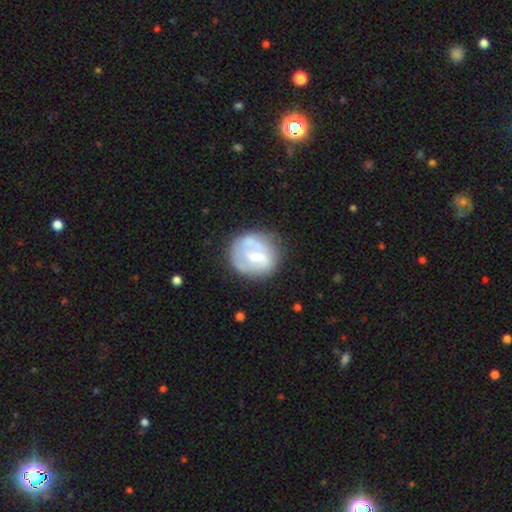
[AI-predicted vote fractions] Smooth or featured? Predicted: featured or disk (p=0.56). Edge-on disk? Predicted: no (p=0.97). Bar? Predicted: weak (p=0.47). Spiral arms? Predicted: no (p=0.50, tied with yes). Bulge size? Predicted: moderate (p=0.45). Merging? Predicted: none (p=0.58).